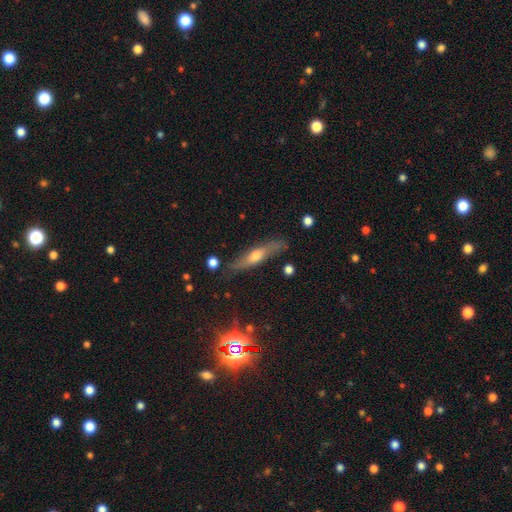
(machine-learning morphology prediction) Overall: featured or disk (58%; smooth 31%). Edge-on disk: yes (83%). Merging: none (79%).